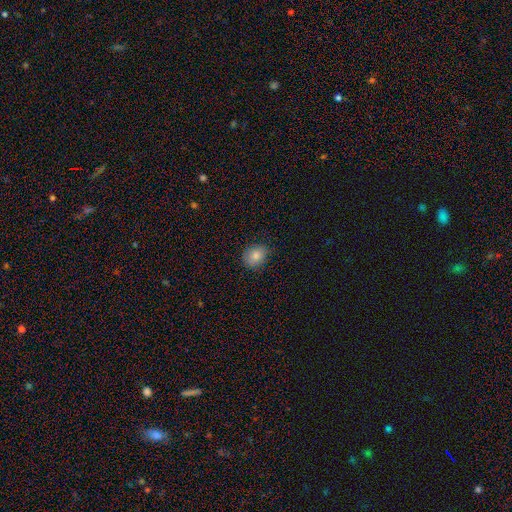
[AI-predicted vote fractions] Q: Smooth or featured?
A: smooth (81%); runner-up: star or artifact (11%)
Q: How rounded?
A: round (63%); runner-up: in between (36%)
Q: Merging?
A: none (80%); runner-up: minor disturbance (16%)